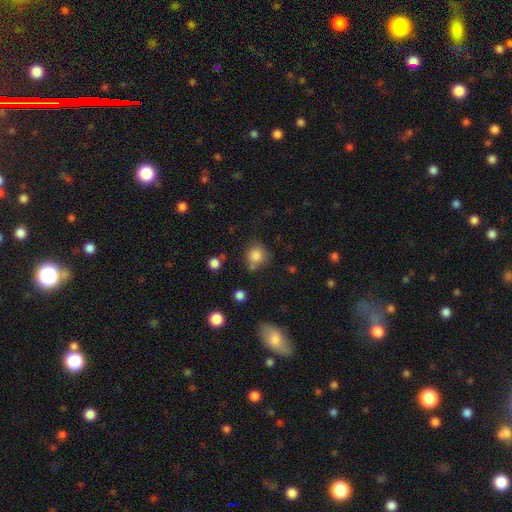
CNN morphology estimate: Smooth or featured: smooth — 83% (star or artifact — 11%)
How rounded: round — 84% (in between — 15%)
Merging: none — 61% (minor disturbance — 22%)